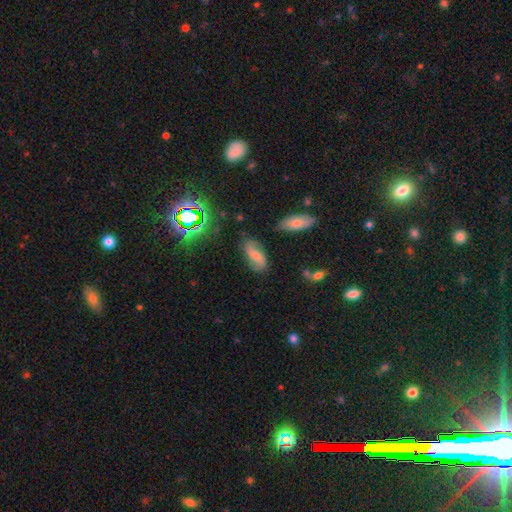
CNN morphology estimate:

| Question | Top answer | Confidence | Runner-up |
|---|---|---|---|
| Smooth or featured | featured or disk | 48% | smooth (40%) |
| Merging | none | 70% | minor disturbance (20%) |